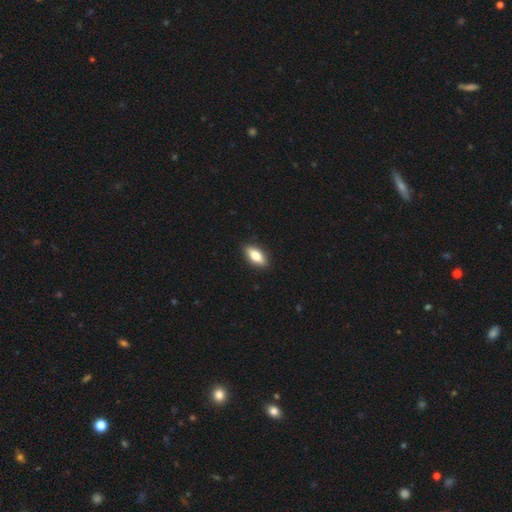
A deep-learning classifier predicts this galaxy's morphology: smooth 75%, featured or disk 19%, star or artifact 6%. Down the decision tree: how rounded — in between (79%); merging — none (89%).